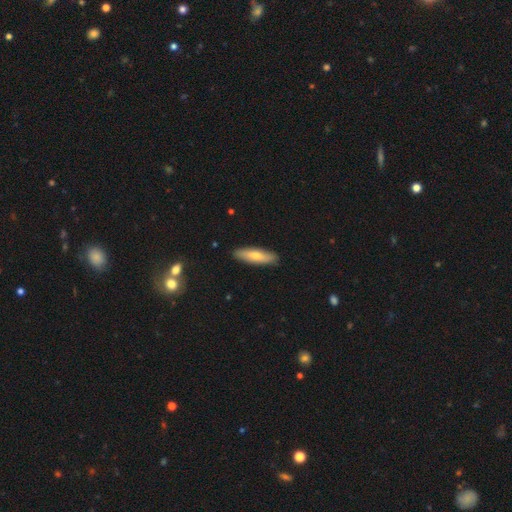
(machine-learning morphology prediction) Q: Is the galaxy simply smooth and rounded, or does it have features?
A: smooth — 68%.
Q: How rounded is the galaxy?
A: cigar-shaped — 61%.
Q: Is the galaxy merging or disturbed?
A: none — 89%.